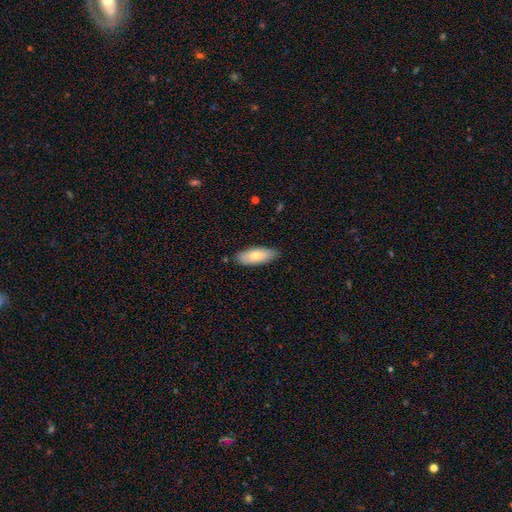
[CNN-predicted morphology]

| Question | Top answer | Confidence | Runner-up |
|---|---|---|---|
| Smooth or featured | smooth | 76% | featured or disk (18%) |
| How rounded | in between | 78% | cigar-shaped (20%) |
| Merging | none | 85% | minor disturbance (12%) |